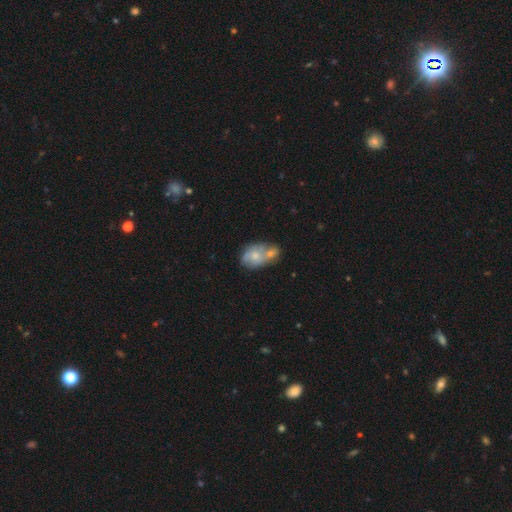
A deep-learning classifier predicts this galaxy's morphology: smooth 57%, featured or disk 35%, star or artifact 8%. Down the decision tree: how rounded — in between (73%); merging — merger (61%).